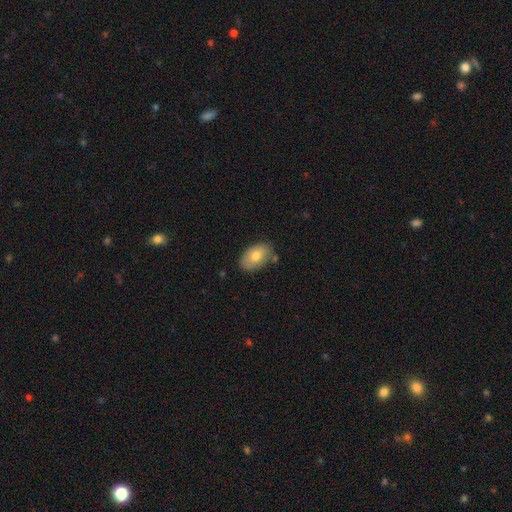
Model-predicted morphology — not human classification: smooth-or-featured: smooth: 76% | featured or disk: 17% | star or artifact: 7%
  how-rounded: in between: 91% | round: 8% | cigar-shaped: 1%
  merging: none: 76% | minor disturbance: 17% | merger: 4% | major disturbance: 3%